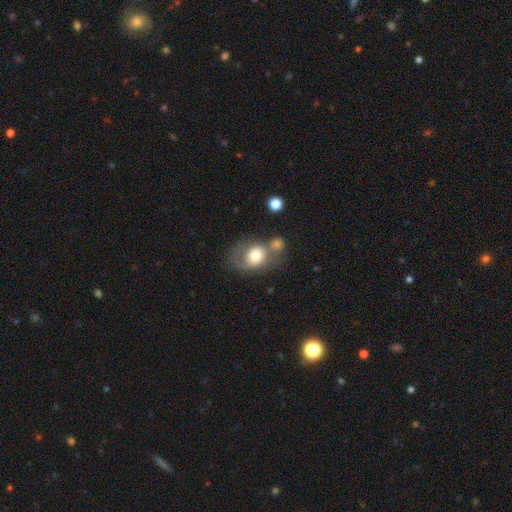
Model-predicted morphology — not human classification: A smooth galaxy with no disk features (66%) that is in between round and cigar-shaped (52%).

Vote fractions:
- Smooth or featured? smooth: 66% / featured or disk: 26% / star or artifact: 8%
- How rounded? in between: 52% / round: 47% / cigar-shaped: 1%
- Merging? none: 37% / merger: 30% / minor disturbance: 18% / major disturbance: 14%